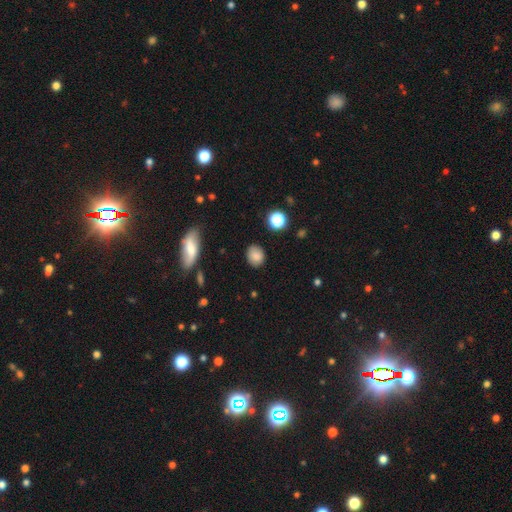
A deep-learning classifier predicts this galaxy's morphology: The model was most divided on "how rounded": round: 58%, in between: 40%, cigar-shaped: 2%. More confident: merging — none (84%); smooth or featured — smooth (83%).